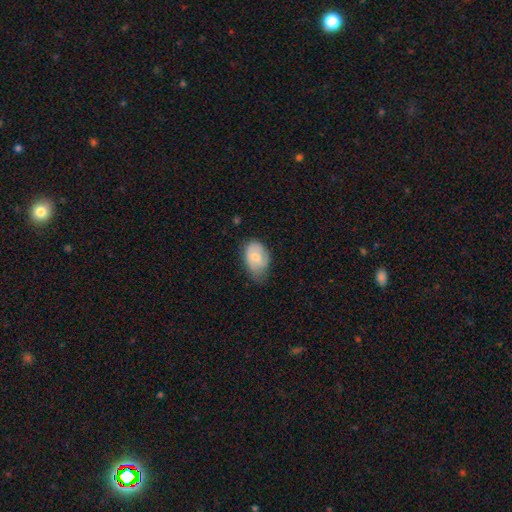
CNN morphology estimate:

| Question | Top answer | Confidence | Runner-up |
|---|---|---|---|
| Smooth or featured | smooth | 75% | featured or disk (18%) |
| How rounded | in between | 86% | round (12%) |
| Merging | minor disturbance | 44% | none (41%) |